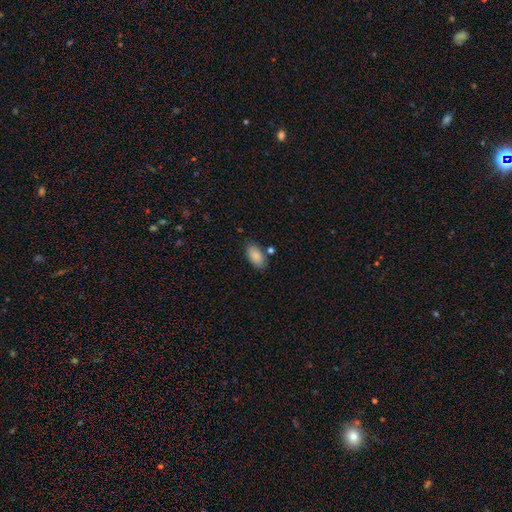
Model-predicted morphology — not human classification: Smooth or featured: smooth — 87% (star or artifact — 7%)
How rounded: in between — 94% (cigar-shaped — 3%)
Merging: none — 78% (minor disturbance — 14%)